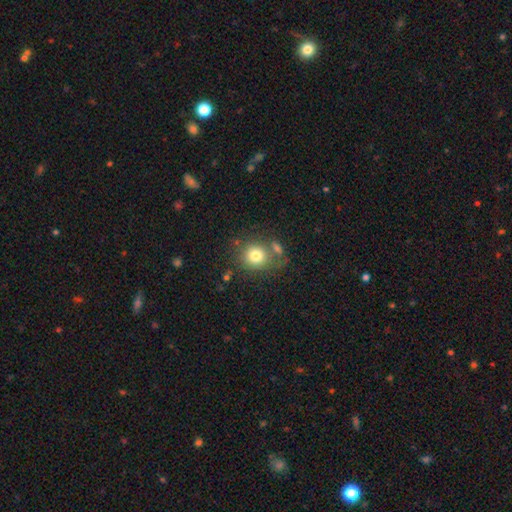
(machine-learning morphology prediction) This is likely a smooth galaxy (78%). How rounded: clearly round (81%). Merging: likely none (64%).